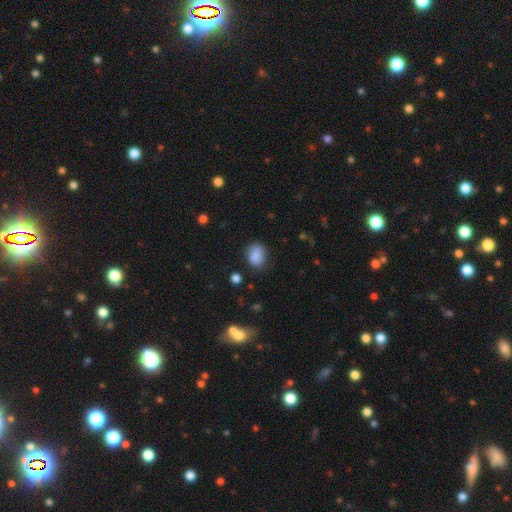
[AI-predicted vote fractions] Q: Smooth or featured?
A: smooth (86%); runner-up: star or artifact (9%)
Q: How rounded?
A: in between (67%); runner-up: round (32%)
Q: Merging?
A: none (71%); runner-up: minor disturbance (21%)